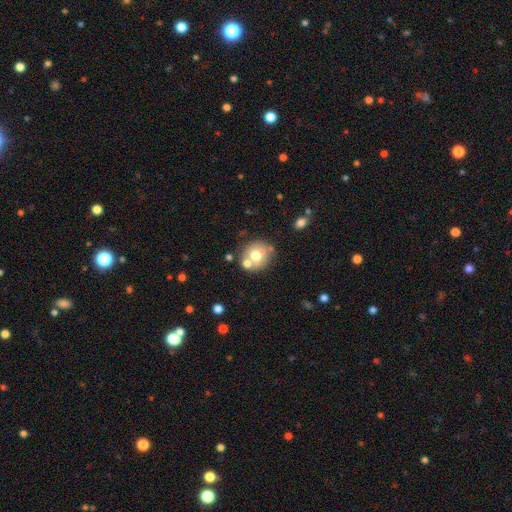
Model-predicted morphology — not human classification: Q: Smooth or featured?
A: smooth (62%); runner-up: featured or disk (27%)
Q: How rounded?
A: round (78%); runner-up: in between (21%)
Q: Merging?
A: none (61%); runner-up: merger (20%)